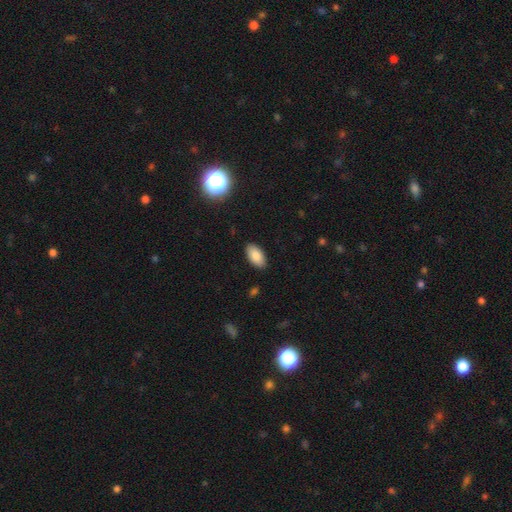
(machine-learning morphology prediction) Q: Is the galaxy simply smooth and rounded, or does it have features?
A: smooth — 85%.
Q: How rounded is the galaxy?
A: in between — 95%.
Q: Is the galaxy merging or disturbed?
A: none — 89%.